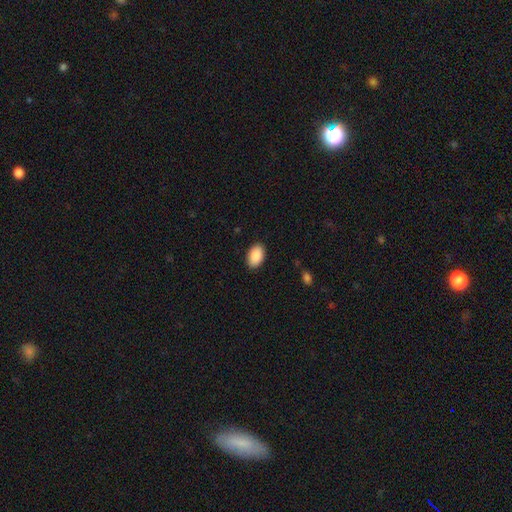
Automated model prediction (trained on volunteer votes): This appears to be a smooth galaxy with no disk features (90%) that is in between round and cigar-shaped (92%). Merging: none (89%).